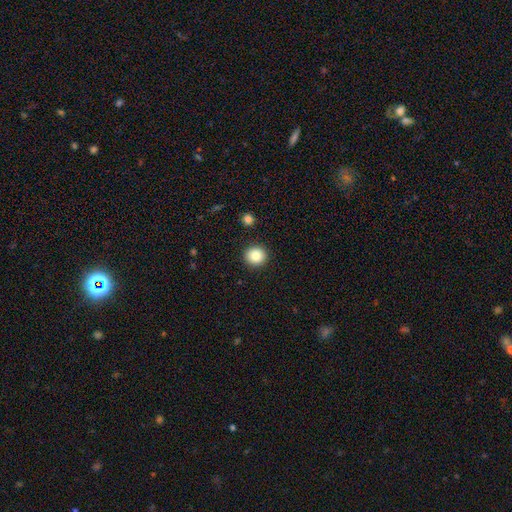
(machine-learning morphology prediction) smooth-or-featured: smooth: 85% | star or artifact: 9% | featured or disk: 5%
  how-rounded: round: 91% | in between: 8% | cigar-shaped: 1%
  merging: none: 92% | minor disturbance: 5% | major disturbance: 2% | merger: 1%